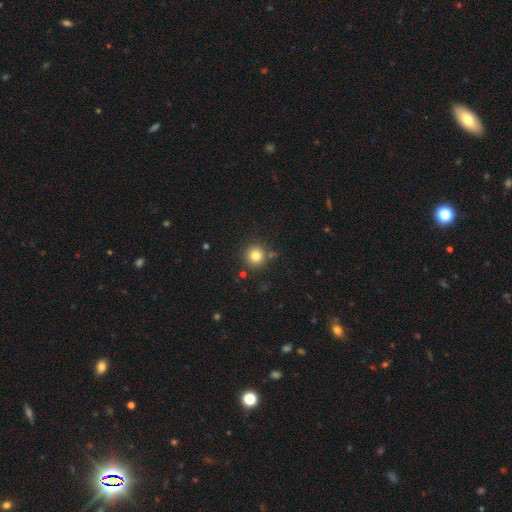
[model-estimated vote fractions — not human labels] Smooth or featured: smooth — 82% (star or artifact — 12%)
How rounded: round — 94% (in between — 5%)
Merging: none — 83% (minor disturbance — 8%)